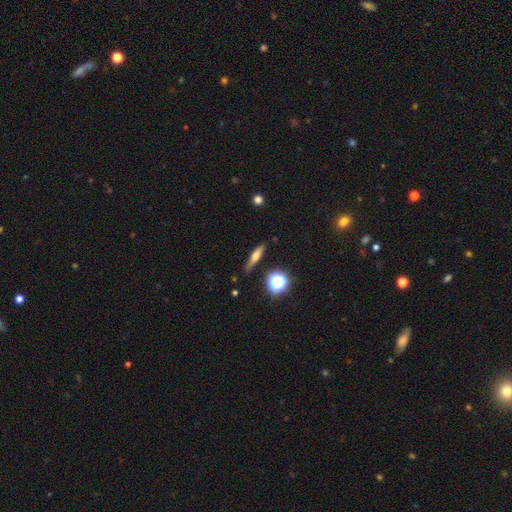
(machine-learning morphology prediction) type=smooth (46%); merging=none (82%).